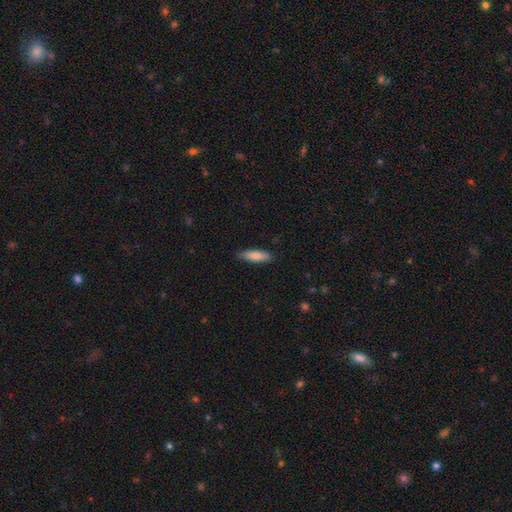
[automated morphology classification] Smooth or featured? Predicted: smooth (p=0.82). How rounded? Predicted: cigar-shaped (p=0.57). Merging? Predicted: none (p=0.85).